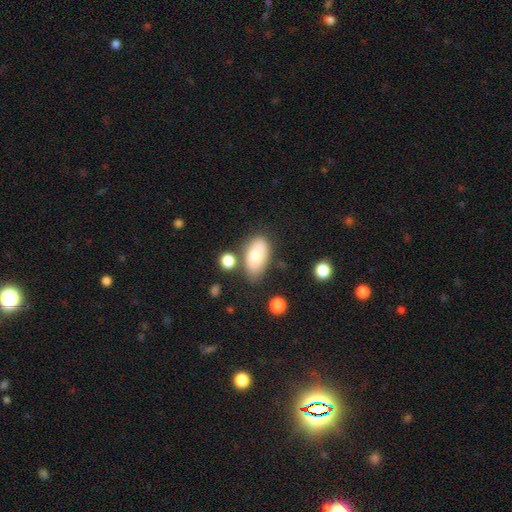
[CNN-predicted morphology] This is likely a smooth galaxy (73%). How rounded: clearly in between (92%). Merging: likely none (62%).